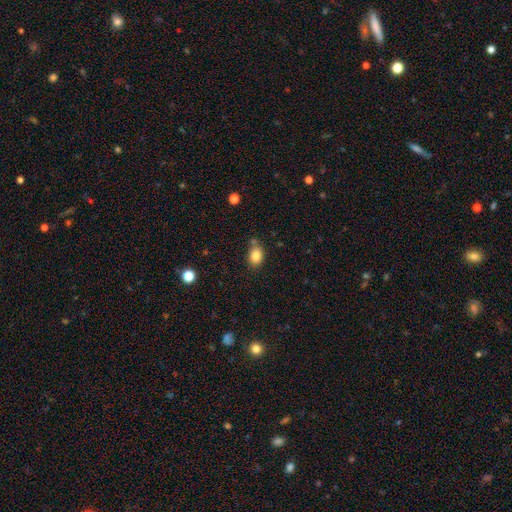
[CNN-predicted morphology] This is clearly a smooth galaxy (84%). How rounded: likely in between (65%). Merging: likely none (71%).